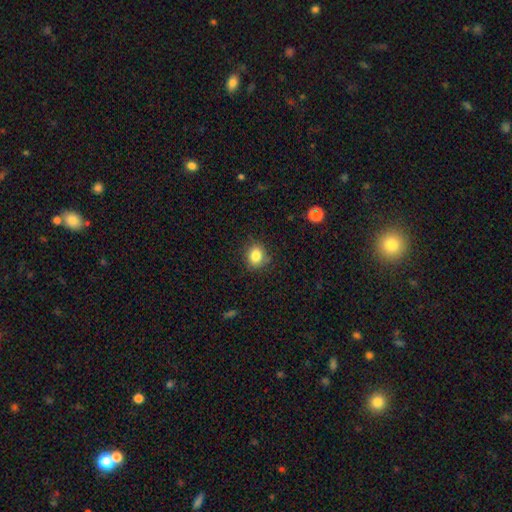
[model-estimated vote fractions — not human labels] Smooth or featured?
  - smooth: 83% *
  - star or artifact: 11%
  - featured or disk: 6%
How rounded?
  - round: 63% *
  - in between: 36%
  - cigar-shaped: 1%
Merging?
  - none: 80% *
  - minor disturbance: 15%
  - major disturbance: 3%
  - merger: 1%